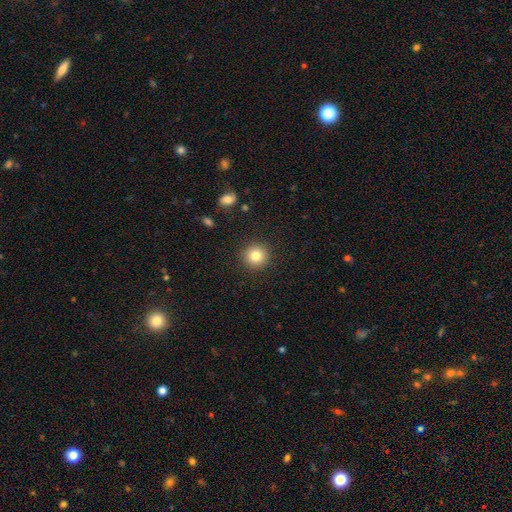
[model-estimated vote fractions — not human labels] A smooth galaxy with no disk features (82%) that is round (94%).

Vote fractions:
- Smooth or featured? smooth: 82% / star or artifact: 10% / featured or disk: 8%
- How rounded? round: 94% / in between: 5% / cigar-shaped: 1%
- Merging? none: 91% / minor disturbance: 6% / major disturbance: 2% / merger: 1%